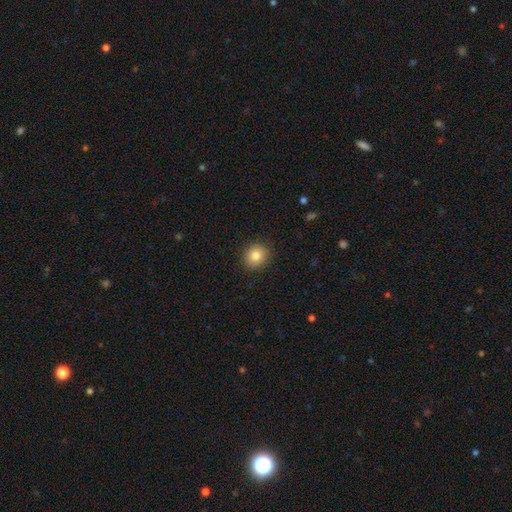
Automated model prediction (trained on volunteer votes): A smooth galaxy with no disk features (83%) that is round (78%).

Vote fractions:
- Smooth or featured? smooth: 83% / star or artifact: 10% / featured or disk: 7%
- How rounded? round: 78% / in between: 21% / cigar-shaped: 1%
- Merging? none: 89% / minor disturbance: 8% / major disturbance: 2% / merger: 1%